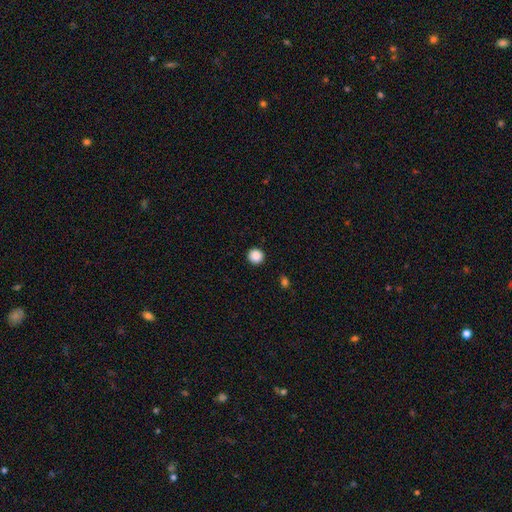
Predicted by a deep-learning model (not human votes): smooth_or_featured: smooth (p=0.89) [alt: star or artifact p=0.09]
how_rounded: round (p=0.95) [alt: in between p=0.04]
merging: none (p=0.92) [alt: minor disturbance p=0.05]